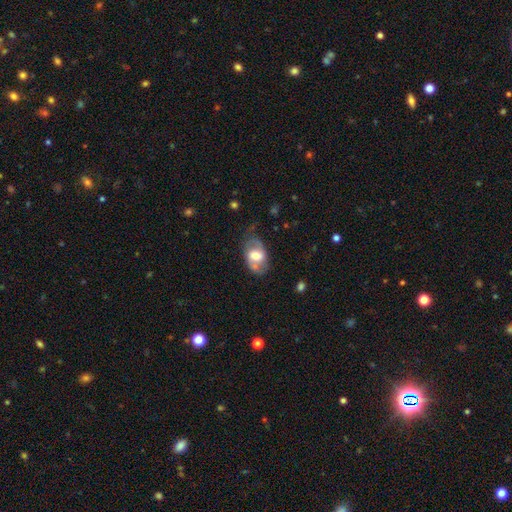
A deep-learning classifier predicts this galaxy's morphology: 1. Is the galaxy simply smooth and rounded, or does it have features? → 53% featured or disk, 41% smooth, 7% star or artifact.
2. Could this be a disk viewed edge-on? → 94% no, 6% yes.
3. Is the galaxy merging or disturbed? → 55% none, 27% minor disturbance, 13% major disturbance, 5% merger.